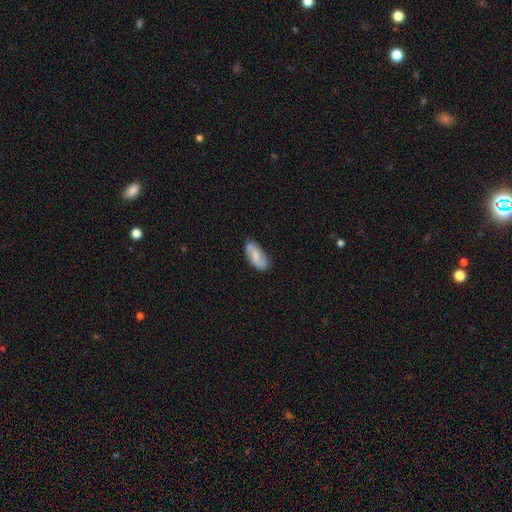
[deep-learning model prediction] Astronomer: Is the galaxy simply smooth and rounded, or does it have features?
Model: featured or disk — 52% (runner-up: smooth, 42%).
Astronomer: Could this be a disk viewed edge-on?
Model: no — 94%.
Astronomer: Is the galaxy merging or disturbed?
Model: none — 80%.